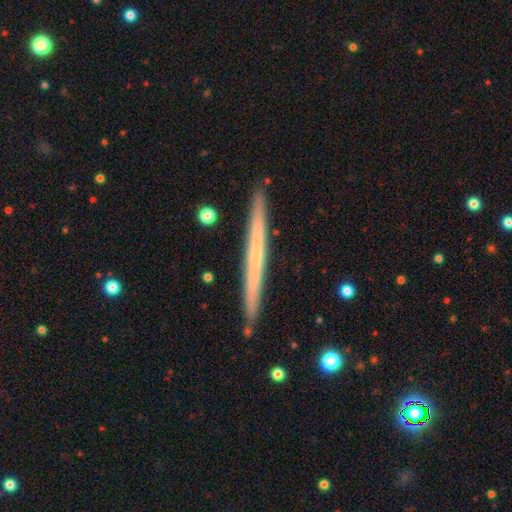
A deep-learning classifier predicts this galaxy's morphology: A featured or disk galaxy (54%) viewed edge-on (97%) with no central bulge (85%).

Vote fractions:
- Smooth or featured? featured or disk: 54% / smooth: 40% / star or artifact: 6%
- Edge-on disk? yes: 97% / no: 3%
- Edge-on bulge? none: 85% / rounded: 11% / boxy: 3%
- Merging? none: 91% / minor disturbance: 6% / merger: 1% / major disturbance: 1%